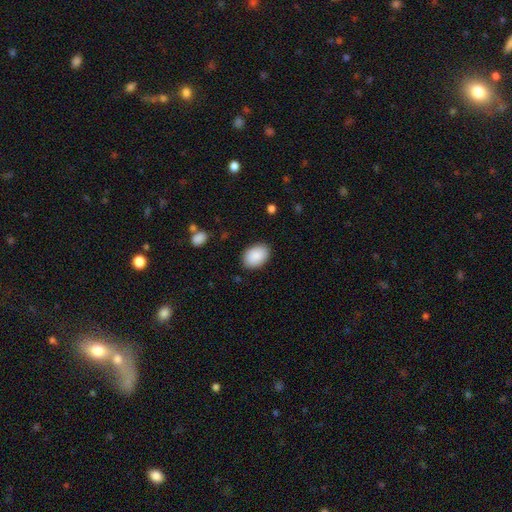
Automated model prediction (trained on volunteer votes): A smooth galaxy with no disk features (90%) that is in between round and cigar-shaped (83%).

Vote fractions:
- Smooth or featured? smooth: 90% / star or artifact: 6% / featured or disk: 4%
- How rounded? in between: 83% / round: 16% / cigar-shaped: 1%
- Merging? none: 87% / minor disturbance: 10% / major disturbance: 2% / merger: 1%